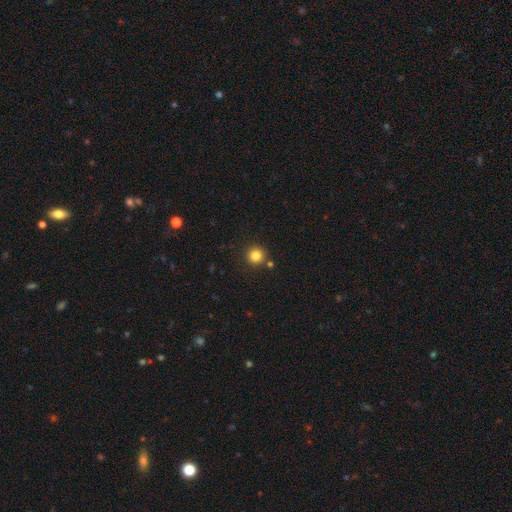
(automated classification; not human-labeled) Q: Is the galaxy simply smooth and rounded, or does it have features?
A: smooth — 84%.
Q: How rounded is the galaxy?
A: round — 95%.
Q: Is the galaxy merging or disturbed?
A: none — 86%.